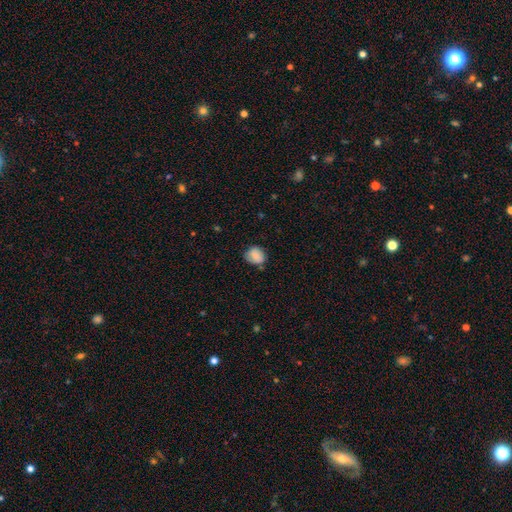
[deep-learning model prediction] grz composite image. It shows a smooth galaxy with no disk features (80%) that is round (60%). Merging: none (65%).